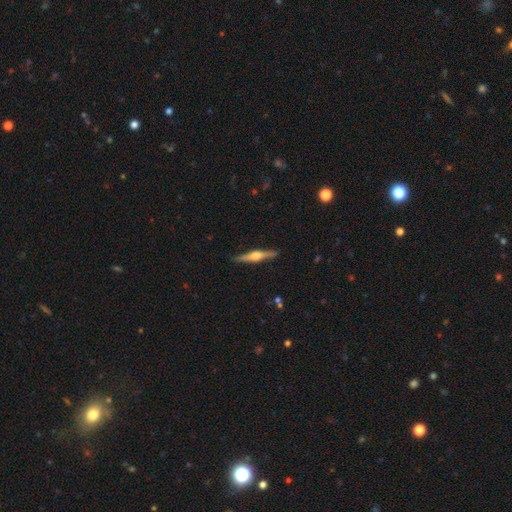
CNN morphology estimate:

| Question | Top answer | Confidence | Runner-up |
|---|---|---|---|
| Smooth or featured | featured or disk | 73% | smooth (22%) |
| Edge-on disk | yes | 98% | no (2%) |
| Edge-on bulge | rounded | 92% | boxy (5%) |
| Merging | none | 89% | minor disturbance (8%) |